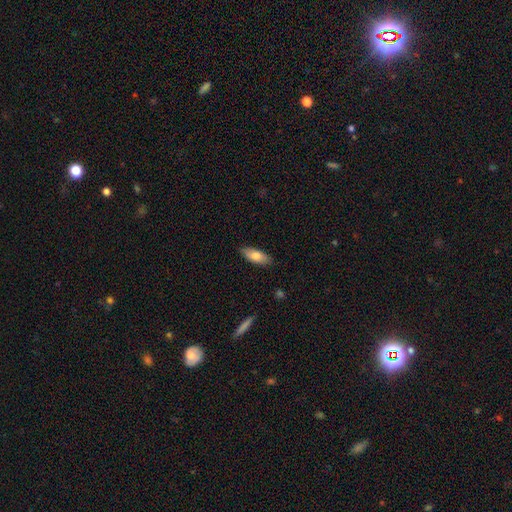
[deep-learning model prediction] Smooth or featured? smooth (76%)
How rounded? in between (77%)
Merging? none (86%)